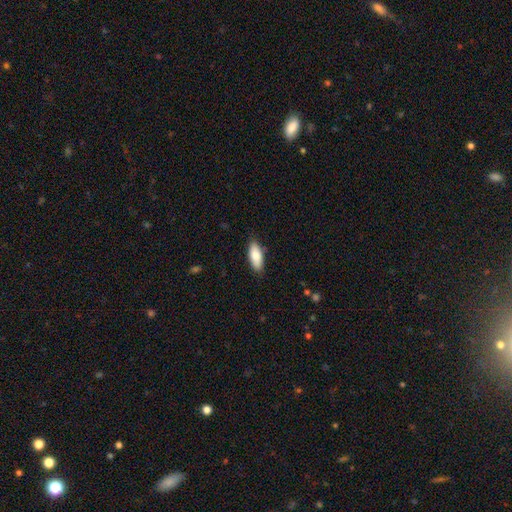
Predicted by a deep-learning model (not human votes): Smooth or featured?
  - smooth: 83% *
  - featured or disk: 11%
  - star or artifact: 6%
How rounded?
  - in between: 80% *
  - cigar-shaped: 18%
  - round: 2%
Merging?
  - none: 84% *
  - minor disturbance: 13%
  - major disturbance: 2%
  - merger: 1%